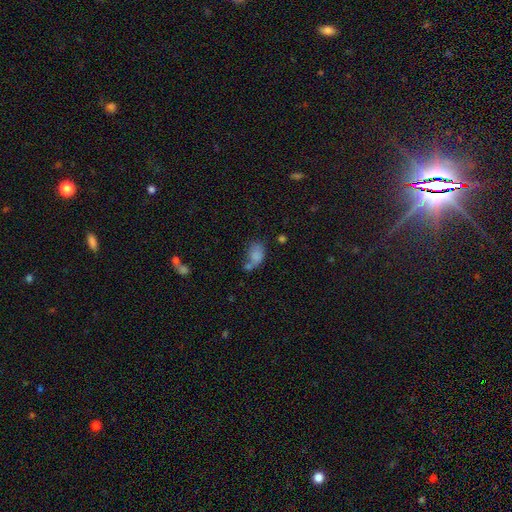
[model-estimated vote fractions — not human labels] This is likely a smooth galaxy (75%). How rounded: clearly in between (81%). Merging: marginally merger (33%).